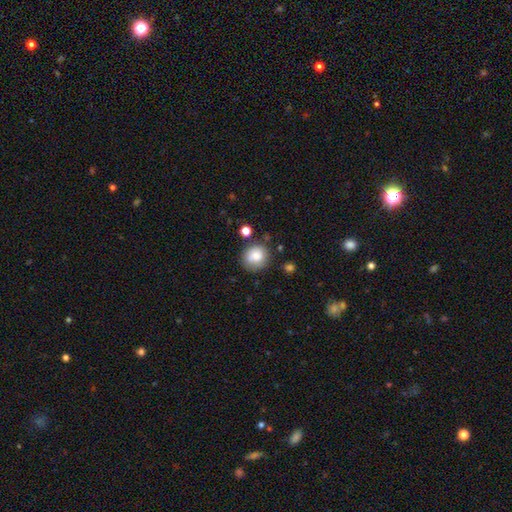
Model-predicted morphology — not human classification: type=smooth (80%); roundness=round (83%); merging=none (67%).